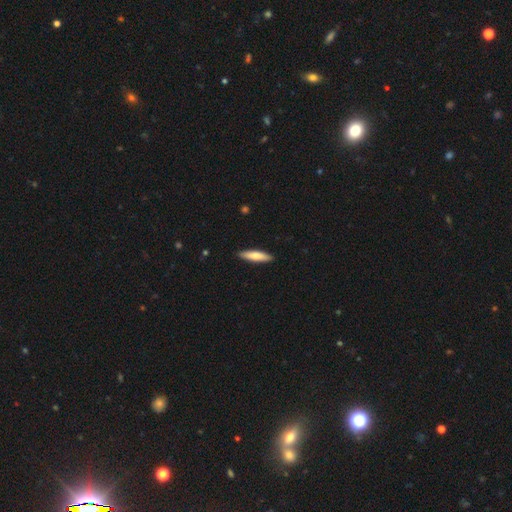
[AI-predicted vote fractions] Smooth or featured? smooth (73%)
How rounded? cigar-shaped (79%)
Merging? none (90%)